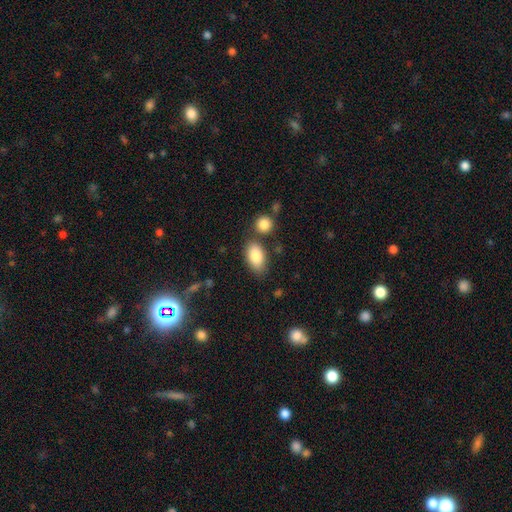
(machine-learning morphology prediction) Smooth or featured: smooth — 85% (featured or disk — 8%)
How rounded: in between — 92% (round — 5%)
Merging: none — 71% (minor disturbance — 13%)